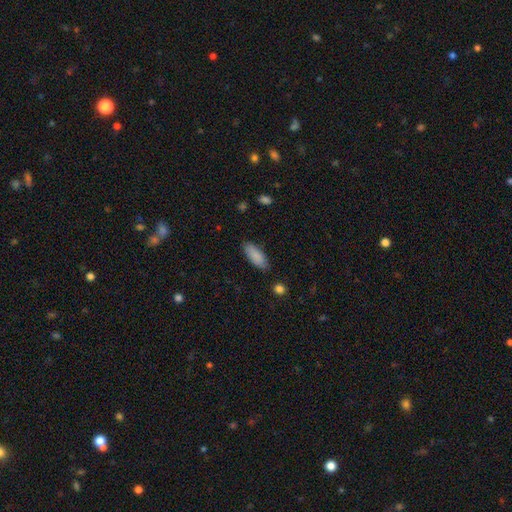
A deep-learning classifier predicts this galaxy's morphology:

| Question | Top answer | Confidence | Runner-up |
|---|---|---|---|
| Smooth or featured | smooth | 88% | star or artifact (6%) |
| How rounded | in between | 74% | cigar-shaped (25%) |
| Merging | none | 84% | minor disturbance (12%) |